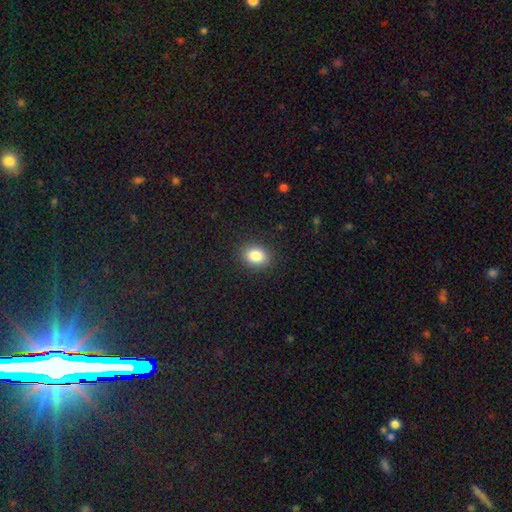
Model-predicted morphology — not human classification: smooth_or_featured: smooth (p=0.85) [alt: star or artifact p=0.10]
how_rounded: in between (p=0.60) [alt: round p=0.39]
merging: none (p=0.89) [alt: minor disturbance p=0.08]